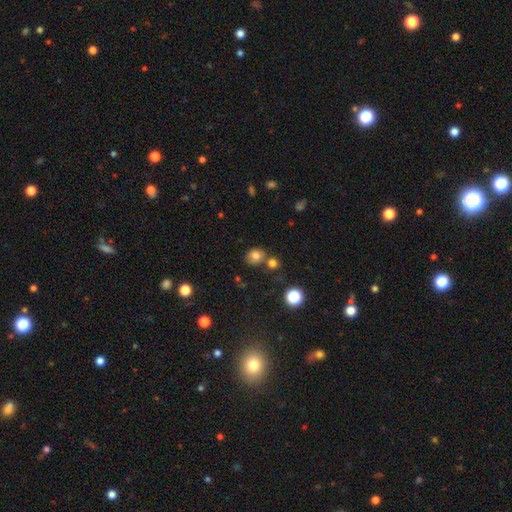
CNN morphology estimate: Overall: smooth (76%). How rounded: round (75%). Merging: none (66%).